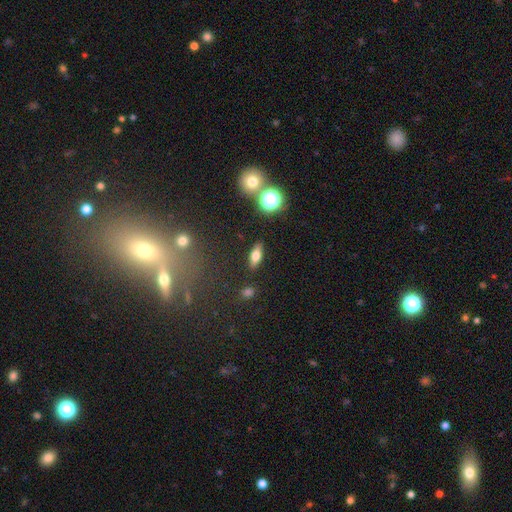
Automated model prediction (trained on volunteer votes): Smooth or featured: smooth — 63% (featured or disk — 27%)
How rounded: in between — 65% (cigar-shaped — 29%)
Merging: none — 86% (minor disturbance — 9%)